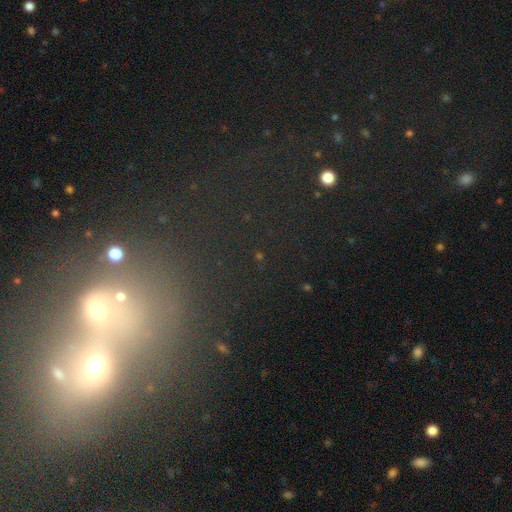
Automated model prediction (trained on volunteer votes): Smooth or featured? Predicted: star or artifact (p=0.49).